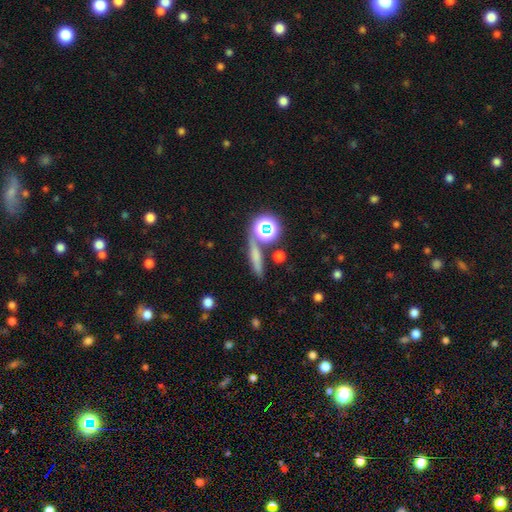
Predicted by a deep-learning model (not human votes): A smooth galaxy with no disk features (60%) that is cigar-shaped (69%).

Vote fractions:
- Smooth or featured? smooth: 60% / featured or disk: 21% / star or artifact: 20%
- How rounded? cigar-shaped: 69% / round: 16% / in between: 15%
- Merging? none: 73% / minor disturbance: 12% / merger: 11% / major disturbance: 5%